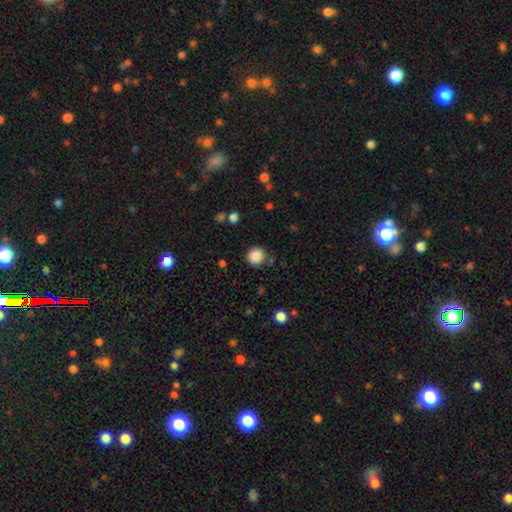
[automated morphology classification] Overall: smooth (87%). How rounded: round (90%). Merging: none (83%).